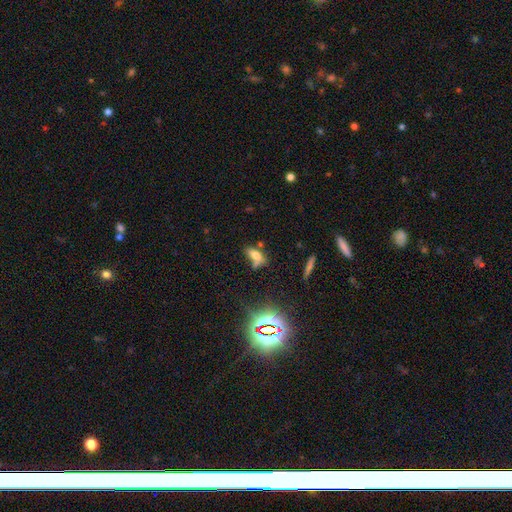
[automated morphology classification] The model was most divided on "merging": none: 44%, merger: 26%, minor disturbance: 20%, major disturbance: 10%. More confident: how rounded — in between (78%); smooth or featured — smooth (64%).